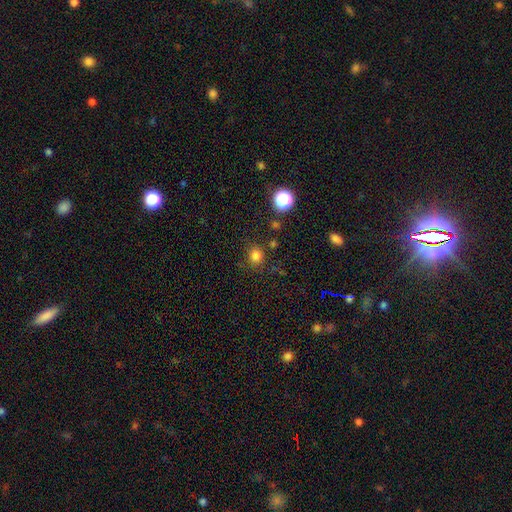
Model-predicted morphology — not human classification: Smooth or featured?
  - smooth: 79% *
  - star or artifact: 16%
  - featured or disk: 5%
How rounded?
  - round: 84% *
  - in between: 15%
  - cigar-shaped: 1%
Merging?
  - none: 81% *
  - minor disturbance: 11%
  - major disturbance: 4%
  - merger: 4%